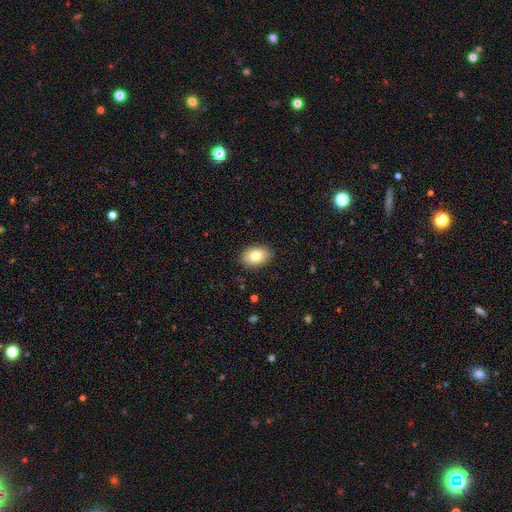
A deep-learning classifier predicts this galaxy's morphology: A smooth galaxy with no disk features (81%) that is in between round and cigar-shaped (83%). Merging: none (88%).